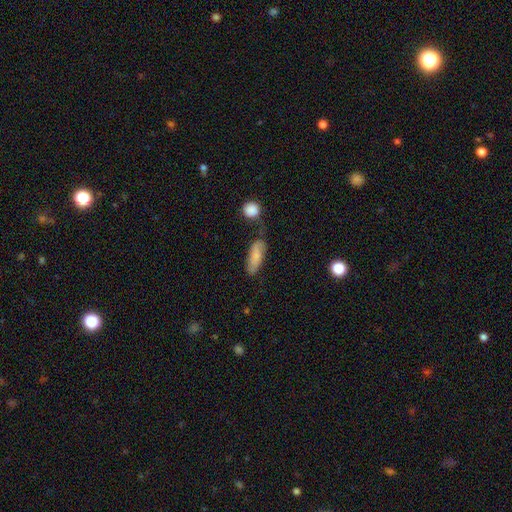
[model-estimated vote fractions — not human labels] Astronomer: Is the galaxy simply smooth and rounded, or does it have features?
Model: smooth — 73%.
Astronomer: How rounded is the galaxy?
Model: in between — 67%.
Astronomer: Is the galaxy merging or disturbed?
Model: none — 58%.